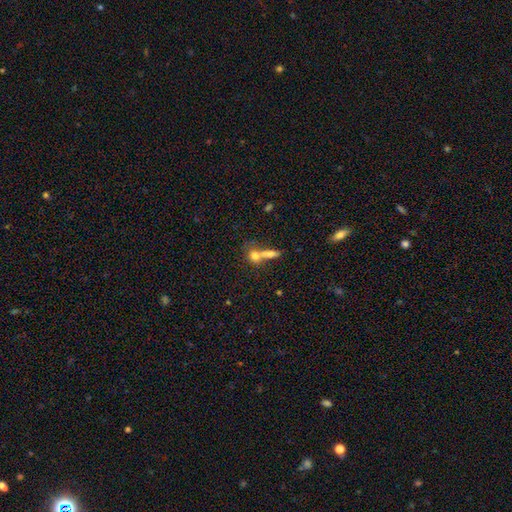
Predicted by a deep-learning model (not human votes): smooth_or_featured: smooth (p=0.71) [alt: featured or disk p=0.18]
how_rounded: round (p=0.51) [alt: in between p=0.36]
merging: merger (p=0.56) [alt: none p=0.29]